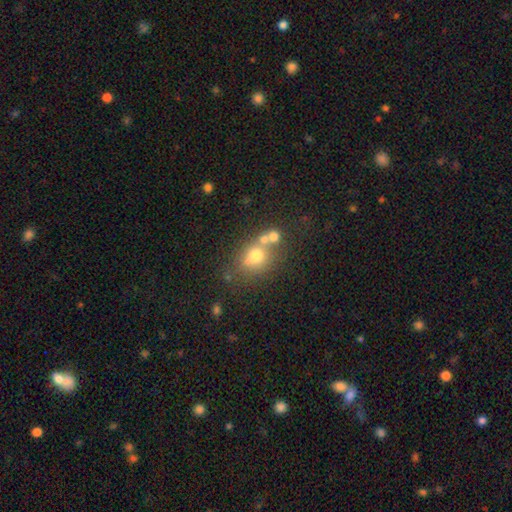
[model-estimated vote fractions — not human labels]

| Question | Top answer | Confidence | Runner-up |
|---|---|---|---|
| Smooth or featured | smooth | 64% | featured or disk (20%) |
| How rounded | round | 67% | in between (31%) |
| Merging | none | 46% | merger (36%) |